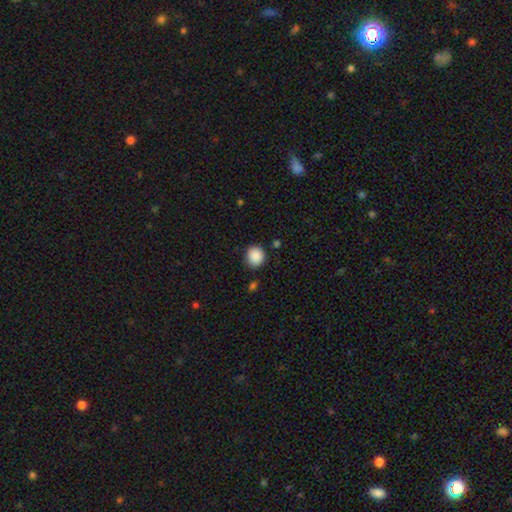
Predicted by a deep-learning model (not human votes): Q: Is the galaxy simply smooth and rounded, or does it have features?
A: smooth — 89%.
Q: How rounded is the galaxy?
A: round — 82%.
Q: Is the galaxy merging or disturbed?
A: none — 83%.